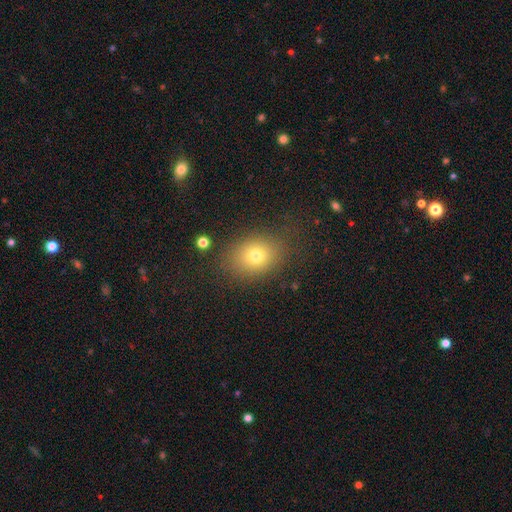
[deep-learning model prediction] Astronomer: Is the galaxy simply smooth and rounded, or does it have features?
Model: smooth — 73%.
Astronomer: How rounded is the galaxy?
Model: in between — 53% (runner-up: round, 46%).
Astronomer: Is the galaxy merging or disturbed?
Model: none — 81%.